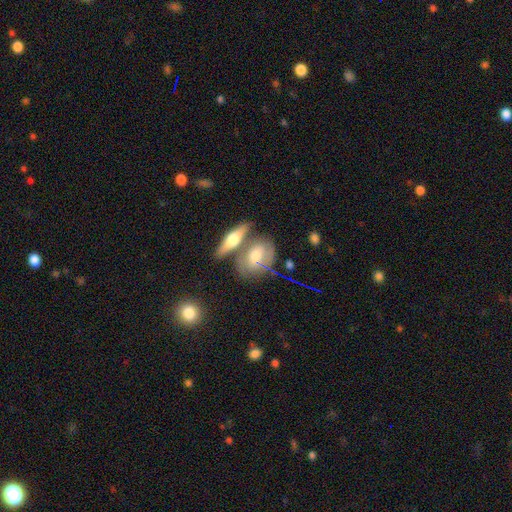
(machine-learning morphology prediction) A featured or disk galaxy (47%).

Vote fractions:
- Smooth or featured? featured or disk: 47% / smooth: 45% / star or artifact: 8%
- Merging? none: 50% / merger: 29% / minor disturbance: 16% / major disturbance: 6%